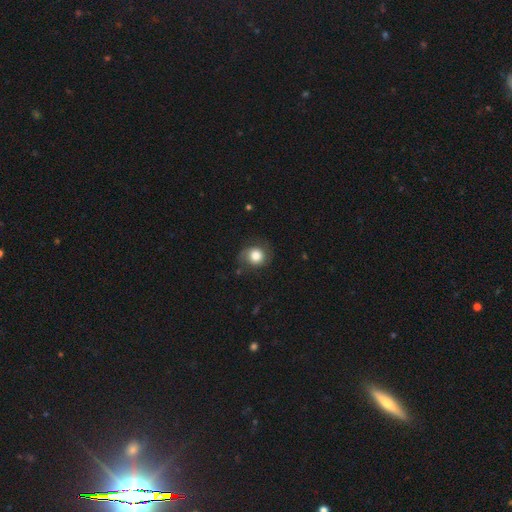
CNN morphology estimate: smooth_or_featured: smooth (p=0.69) [alt: featured or disk p=0.23]
how_rounded: round (p=0.78) [alt: in between p=0.21]
merging: none (p=0.66) [alt: minor disturbance p=0.22]